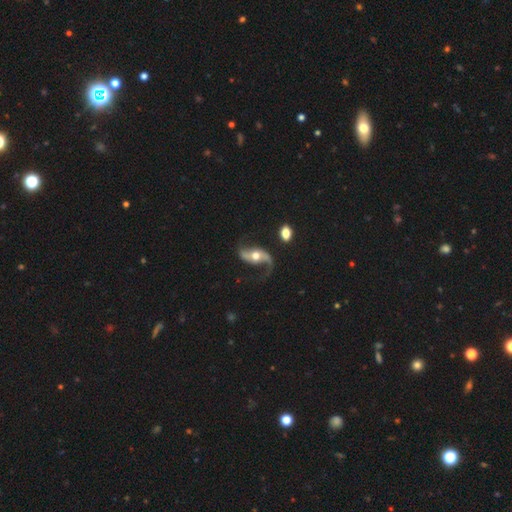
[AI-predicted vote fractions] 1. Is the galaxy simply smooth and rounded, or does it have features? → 88% featured or disk, 7% smooth, 5% star or artifact.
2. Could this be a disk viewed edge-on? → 95% no, 5% yes.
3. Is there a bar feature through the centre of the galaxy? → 54% no, 26% weak, 21% strong.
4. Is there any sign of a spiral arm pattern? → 96% yes, 4% no.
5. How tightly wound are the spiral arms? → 83% loose, 14% medium, 4% tight.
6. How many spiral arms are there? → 89% 2, 7% 1, 1% can't tell, 1% 3, 1% 4, 1% more than 4.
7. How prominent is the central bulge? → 72% moderate, 13% small, 12% large, 2% dominant, 1% none.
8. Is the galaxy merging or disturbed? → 66% none, 16% minor disturbance, 14% major disturbance, 4% merger.